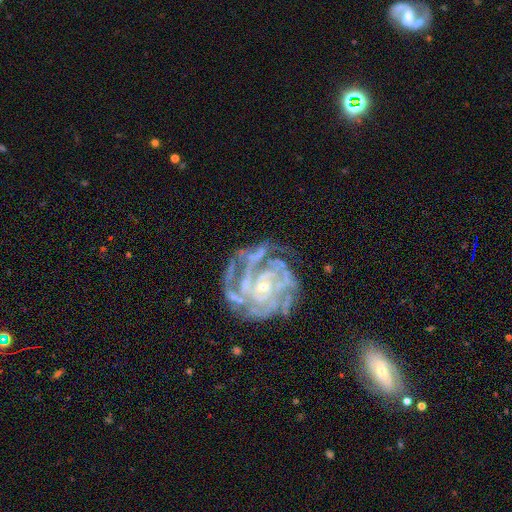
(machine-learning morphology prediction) Smooth or featured?
  - featured or disk: 89% *
  - star or artifact: 6%
  - smooth: 5%
Edge-on disk?
  - no: 98% *
  - yes: 2%
Bar?
  - no: 72% *
  - weak: 19%
  - strong: 9%
Spiral arms?
  - yes: 96% *
  - no: 4%
Spiral winding?
  - tight: 67% *
  - medium: 27%
  - loose: 6%
Spiral arm count?
  - 4: 27% *
  - 3: 23%
  - can't tell: 20%
  - 2: 12%
  - more than 4: 11%
  - 1: 7%
Bulge size?
  - small: 79% *
  - moderate: 17%
  - none: 2%
  - large: 1%
  - dominant: 1%
Merging?
  - none: 53% *
  - minor disturbance: 22%
  - major disturbance: 19%
  - merger: 6%